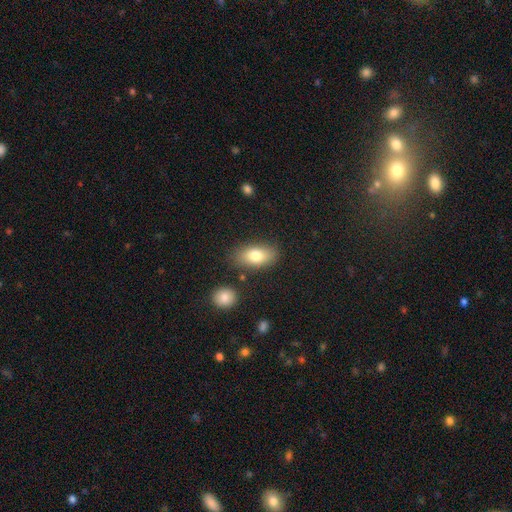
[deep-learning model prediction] Smooth or featured? smooth (79%)
How rounded? in between (89%)
Merging? none (80%)